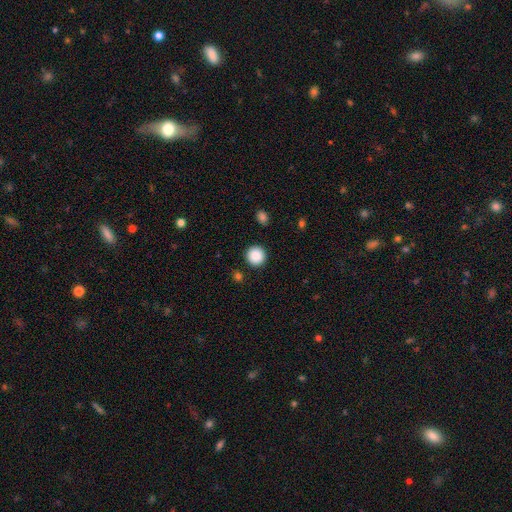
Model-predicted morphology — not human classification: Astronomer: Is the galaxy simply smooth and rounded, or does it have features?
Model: smooth — 88%.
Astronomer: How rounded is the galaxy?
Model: round — 95%.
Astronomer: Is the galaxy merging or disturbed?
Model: none — 92%.